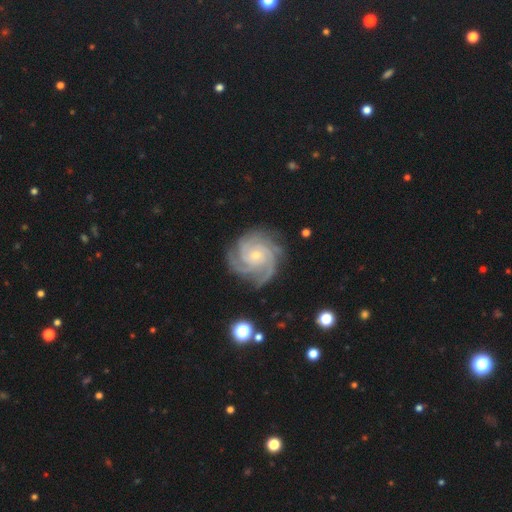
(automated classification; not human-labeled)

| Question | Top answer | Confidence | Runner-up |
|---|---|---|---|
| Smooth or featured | featured or disk | 91% | star or artifact (5%) |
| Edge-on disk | no | 98% | yes (2%) |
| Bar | no | 73% | weak (22%) |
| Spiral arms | yes | 99% | no (1%) |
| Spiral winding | tight | 72% | medium (25%) |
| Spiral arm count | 4 | 40% | 3 (27%) |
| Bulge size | small | 71% | moderate (25%) |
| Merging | none | 79% | minor disturbance (15%) |